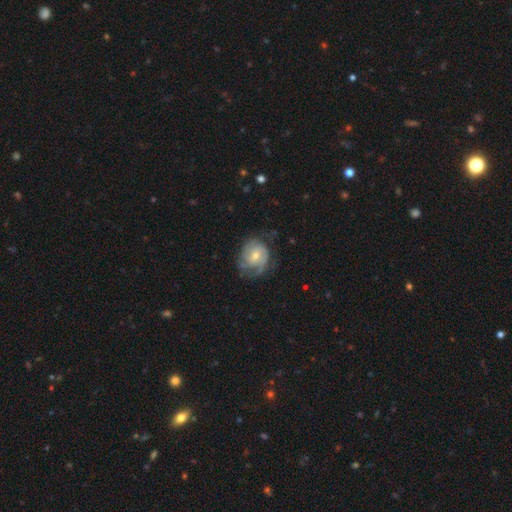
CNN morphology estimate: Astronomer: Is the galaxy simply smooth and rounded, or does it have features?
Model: featured or disk — 70%.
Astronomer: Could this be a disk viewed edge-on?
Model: no — 98%.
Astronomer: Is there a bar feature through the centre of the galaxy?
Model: no — 59% (runner-up: weak, 35%).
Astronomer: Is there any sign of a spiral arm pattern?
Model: yes — 88%.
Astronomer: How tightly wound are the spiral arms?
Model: tight — 52% (runner-up: medium, 36%).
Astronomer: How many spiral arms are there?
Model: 2 — 33% (runner-up: can't tell, 32%).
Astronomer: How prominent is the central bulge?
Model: moderate — 49% (runner-up: small, 46%).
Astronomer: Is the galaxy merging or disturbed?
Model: none — 58%.